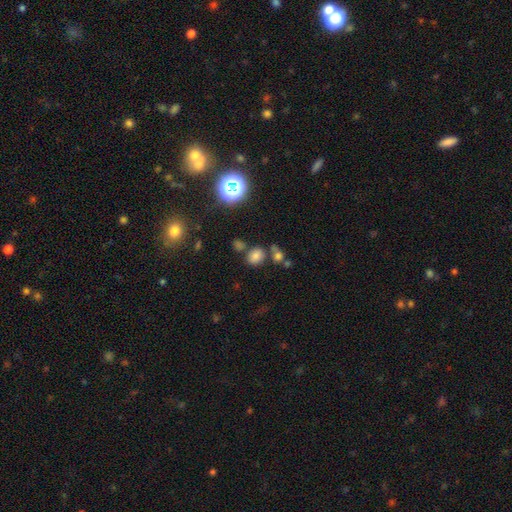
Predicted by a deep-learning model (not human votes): Smooth or featured? Predicted: smooth (p=0.71). How rounded? Predicted: round (p=0.51). Merging? Predicted: none (p=0.67).